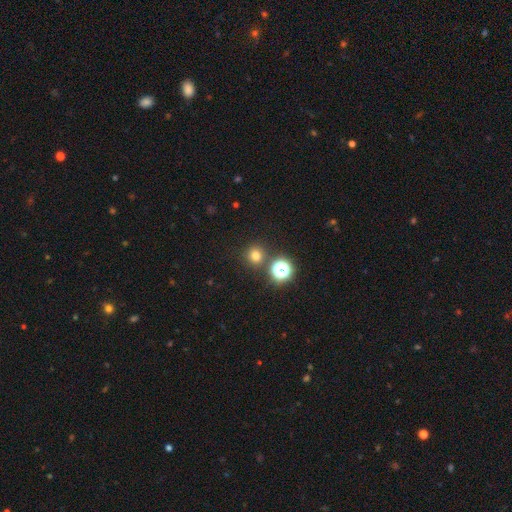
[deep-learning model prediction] smooth 71%, star or artifact 23%, featured or disk 6%. Down the decision tree: how rounded — round (92%); merging — none (83%).